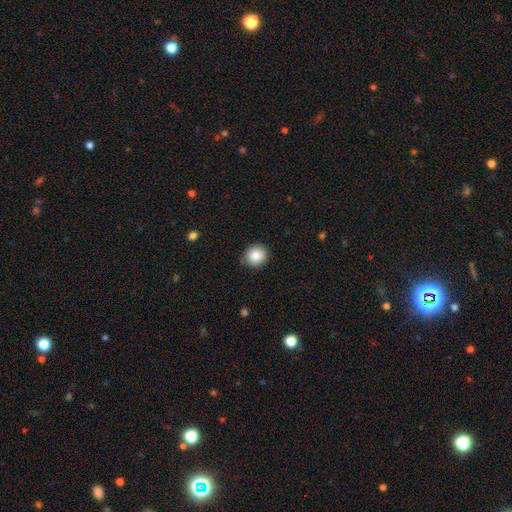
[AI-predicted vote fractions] Morphology: type=smooth (85%); roundness=round (88%); merging=none (87%).